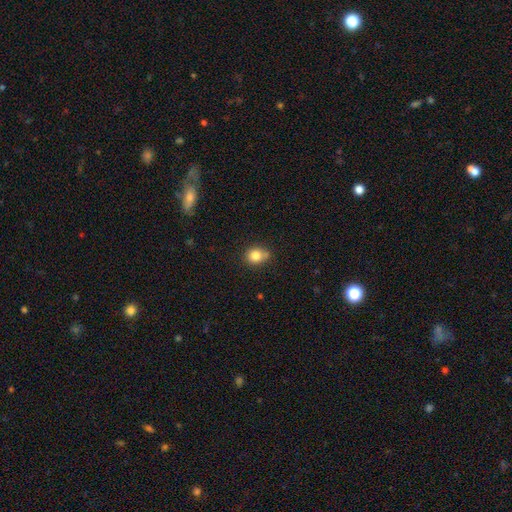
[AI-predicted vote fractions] smooth 81%, star or artifact 11%, featured or disk 8%. Down the decision tree: how rounded — round (70%); merging — none (65%).